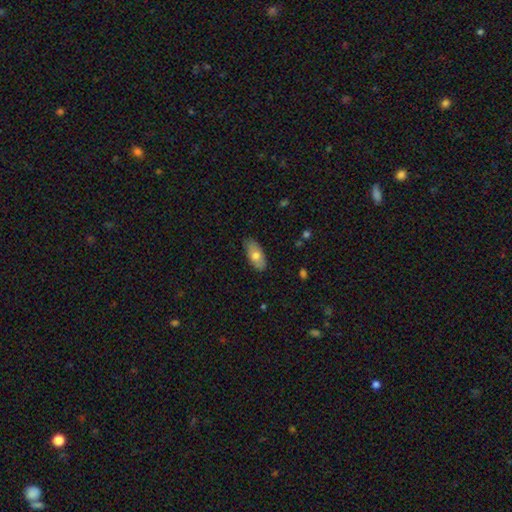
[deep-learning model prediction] smooth 72%, featured or disk 22%, star or artifact 6%. Down the decision tree: how rounded — in between (88%); merging — none (85%).